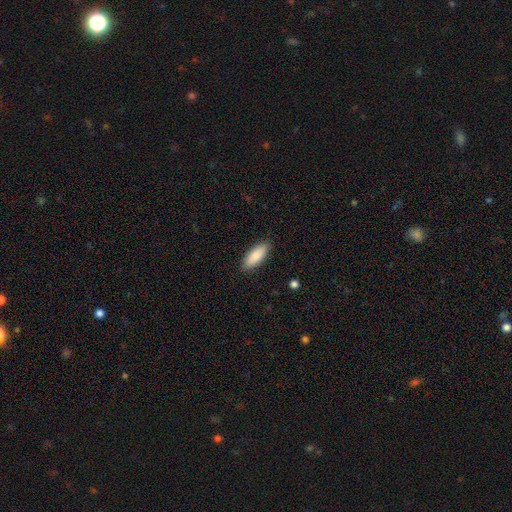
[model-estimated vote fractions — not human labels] This is clearly a smooth galaxy (88%). How rounded: likely in between (72%). Merging: clearly none (89%).